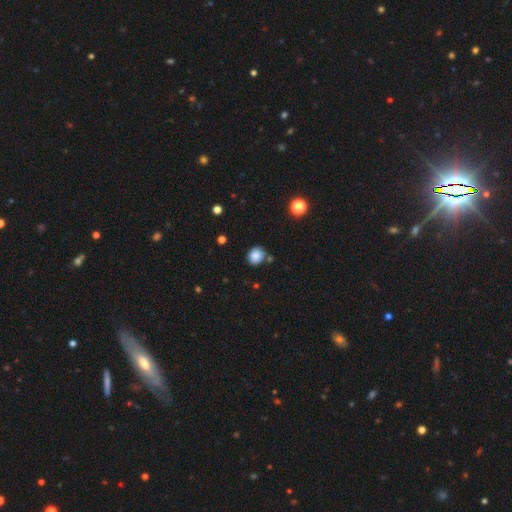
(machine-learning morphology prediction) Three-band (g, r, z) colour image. It shows a smooth galaxy with no disk features (85%) that is round (71%). Merging: none (76%).